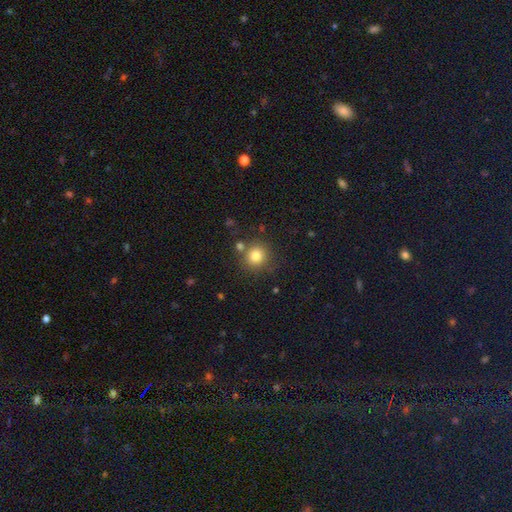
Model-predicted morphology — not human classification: smooth-or-featured: smooth: 80% | star or artifact: 12% | featured or disk: 8%
  how-rounded: round: 92% | in between: 7% | cigar-shaped: 1%
  merging: none: 78% | merger: 10% | minor disturbance: 9% | major disturbance: 3%